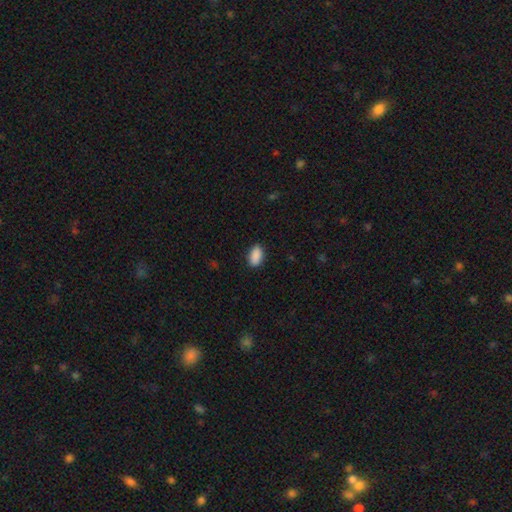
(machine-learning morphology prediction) type=smooth (90%); roundness=in between (93%); merging=none (88%).